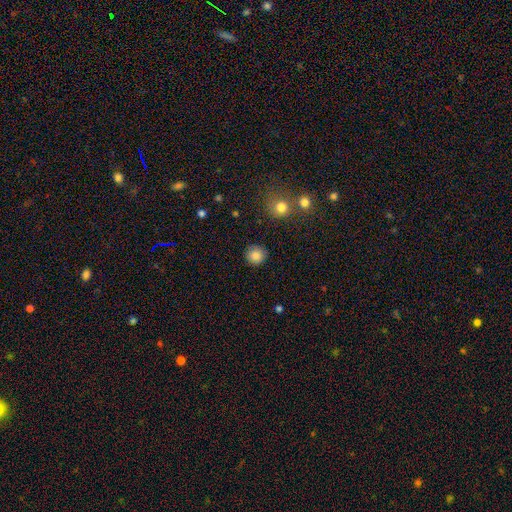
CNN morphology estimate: Overall: smooth (85%). How rounded: round (94%). Merging: none (89%).